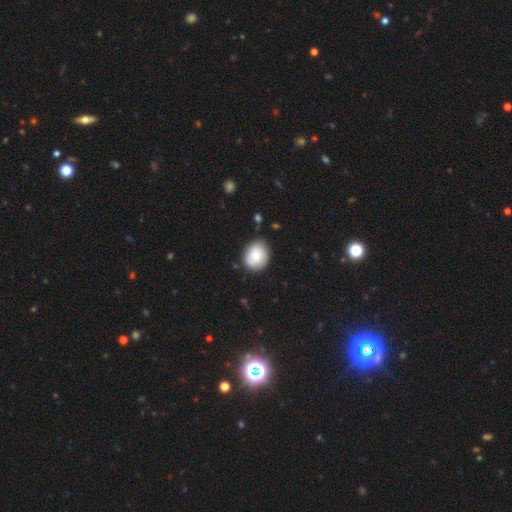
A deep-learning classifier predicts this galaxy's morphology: A smooth galaxy with no disk features (73%) that is round (64%).

Vote fractions:
- Smooth or featured? smooth: 73% / featured or disk: 20% / star or artifact: 7%
- How rounded? round: 64% / in between: 35% / cigar-shaped: 1%
- Merging? none: 75% / minor disturbance: 19% / major disturbance: 4% / merger: 2%